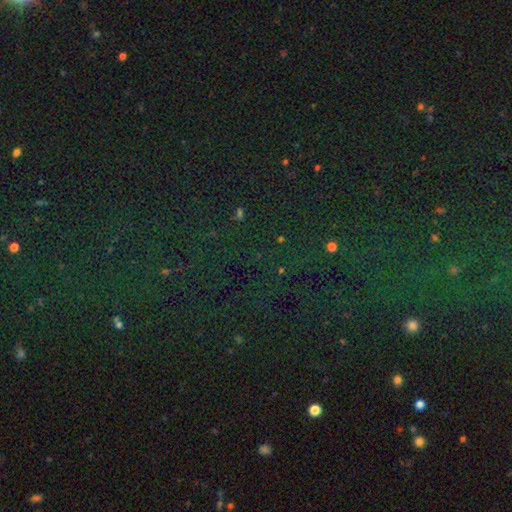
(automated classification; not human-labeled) This appears to be a star or artifact, not a galaxy (80%).